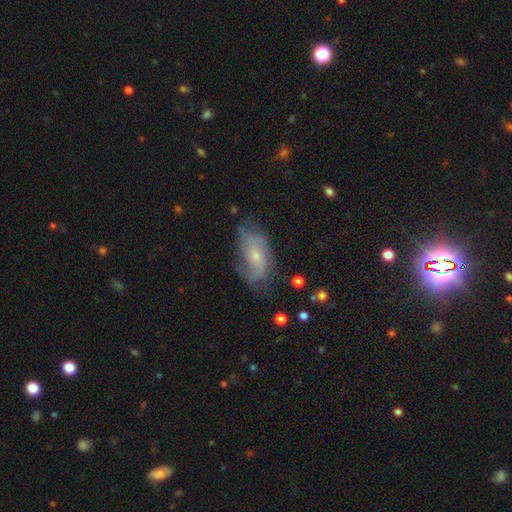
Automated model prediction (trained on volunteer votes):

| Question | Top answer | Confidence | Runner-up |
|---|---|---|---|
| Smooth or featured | featured or disk | 52% | smooth (39%) |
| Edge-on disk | no | 91% | yes (9%) |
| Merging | none | 61% | minor disturbance (27%) |